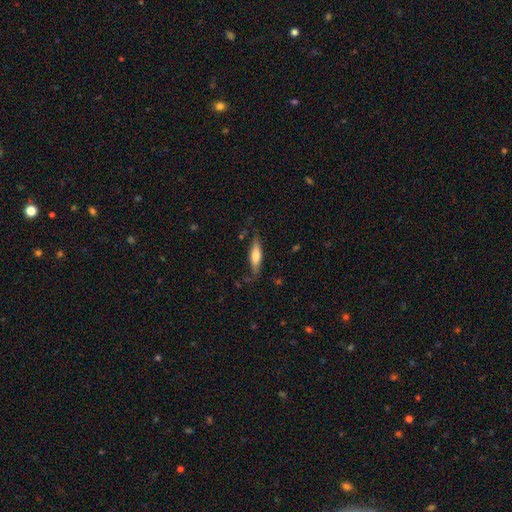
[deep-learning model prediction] smooth 60%, featured or disk 34%, star or artifact 6%. Down the decision tree: how rounded — cigar-shaped (62%); merging — none (74%).